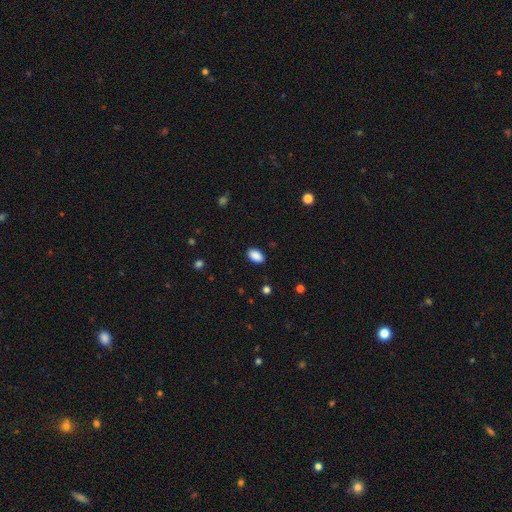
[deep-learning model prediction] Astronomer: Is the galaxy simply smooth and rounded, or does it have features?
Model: smooth — 90%.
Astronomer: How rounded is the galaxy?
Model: in between — 93%.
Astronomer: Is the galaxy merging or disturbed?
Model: none — 88%.